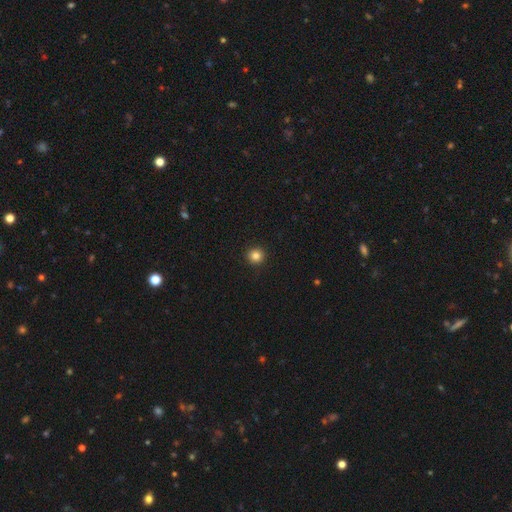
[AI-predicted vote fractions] Smooth or featured?
  - smooth: 84% *
  - star or artifact: 12%
  - featured or disk: 4%
How rounded?
  - round: 94% *
  - in between: 5%
  - cigar-shaped: 1%
Merging?
  - none: 93% *
  - minor disturbance: 4%
  - major disturbance: 2%
  - merger: 1%